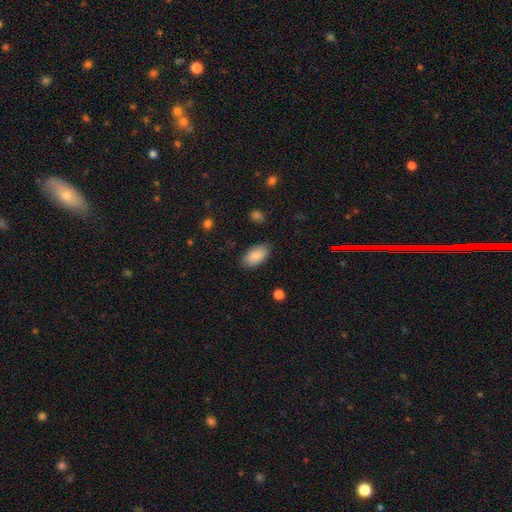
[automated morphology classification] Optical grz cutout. It shows a smooth galaxy with no disk features (88%) that is in between round and cigar-shaped (94%). Merging: none (83%).